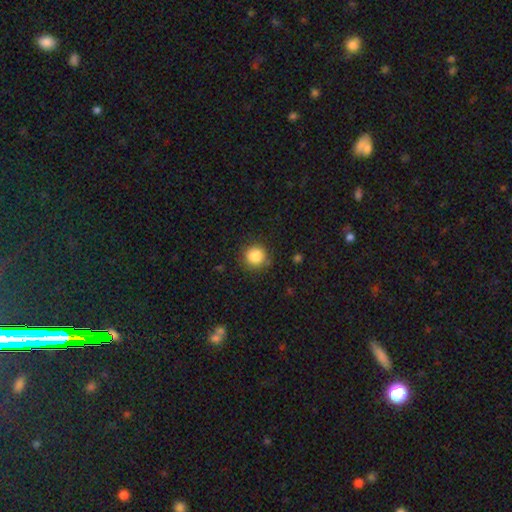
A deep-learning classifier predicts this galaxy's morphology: smooth_or_featured: smooth (p=0.86) [alt: star or artifact p=0.10]
how_rounded: round (p=0.92) [alt: in between p=0.07]
merging: none (p=0.85) [alt: minor disturbance p=0.10]